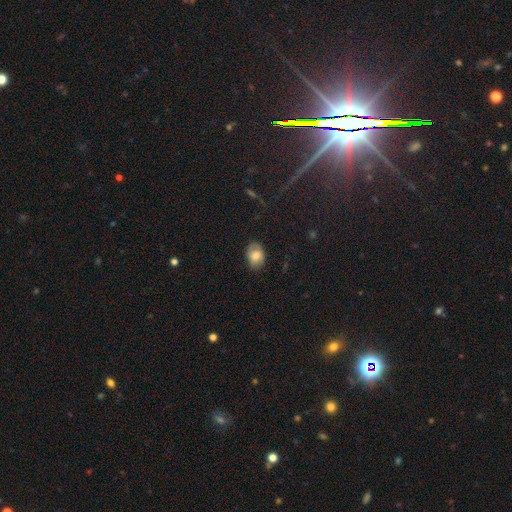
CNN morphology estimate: smooth 74%, featured or disk 17%, star or artifact 9%. Down the decision tree: how rounded — in between (75%); merging — none (75%).